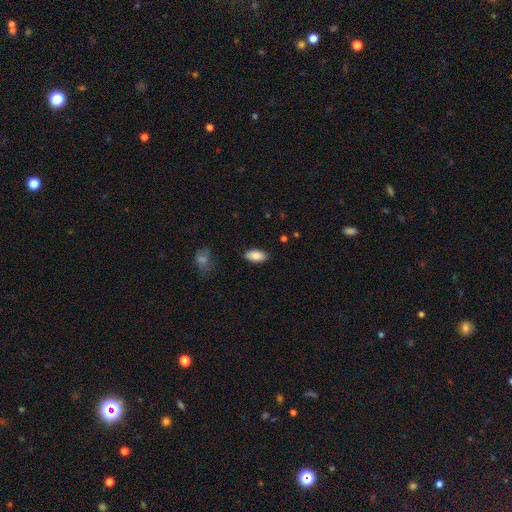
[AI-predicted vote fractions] A smooth galaxy with no disk features (87%) that is in between round and cigar-shaped (92%). Merging: none (87%).